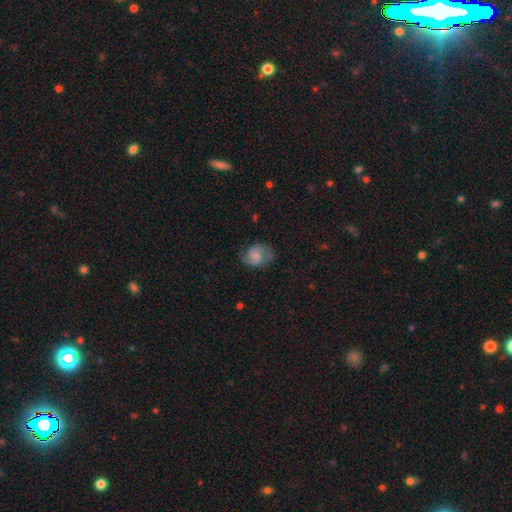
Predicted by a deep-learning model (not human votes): The model was most divided on "smooth or featured": featured or disk: 48%, smooth: 44%, star or artifact: 9%. More confident: merging — none (61%).